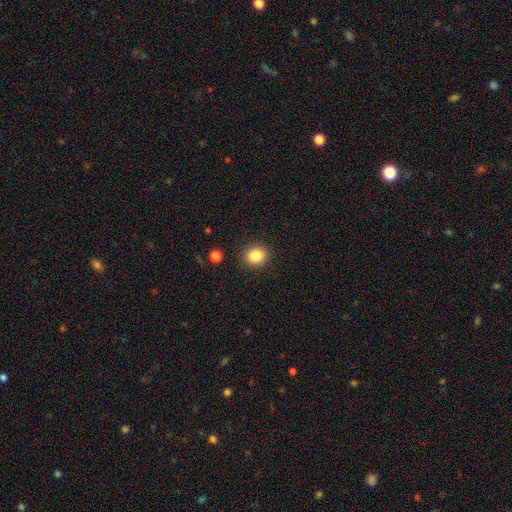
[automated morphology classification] Smooth or featured? Predicted: smooth (p=0.85). How rounded? Predicted: round (p=0.71). Merging? Predicted: none (p=0.89).